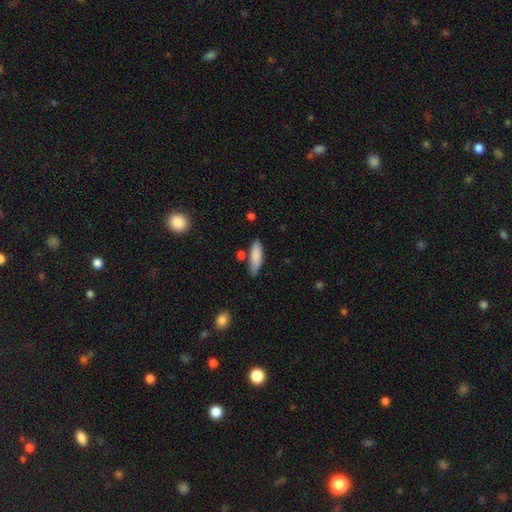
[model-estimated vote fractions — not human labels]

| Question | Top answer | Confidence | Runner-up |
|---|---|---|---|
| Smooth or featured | smooth | 84% | featured or disk (10%) |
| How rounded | cigar-shaped | 55% | in between (43%) |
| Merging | none | 74% | minor disturbance (16%) |